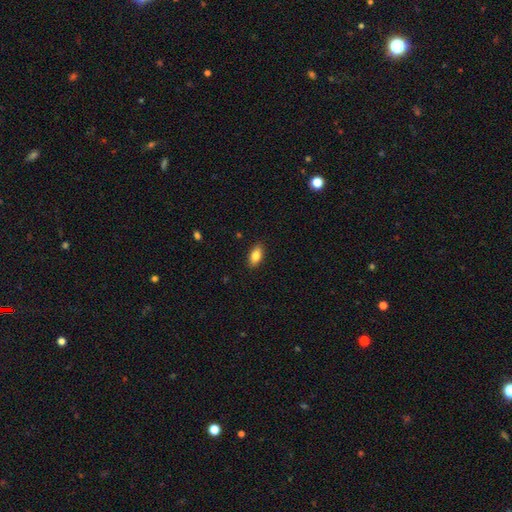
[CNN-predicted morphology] This appears to be a smooth galaxy with no disk features (83%) that is in between round and cigar-shaped (89%). Merging: none (89%).